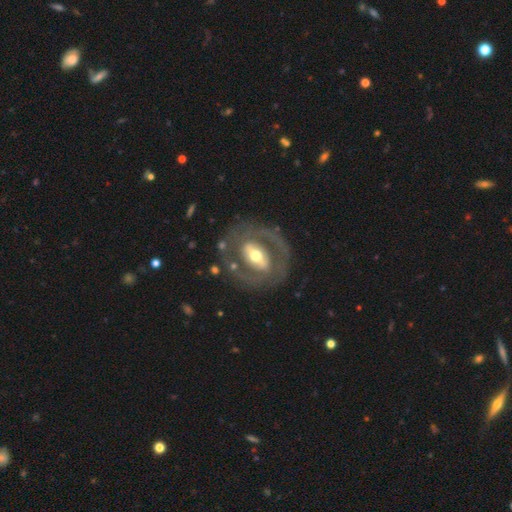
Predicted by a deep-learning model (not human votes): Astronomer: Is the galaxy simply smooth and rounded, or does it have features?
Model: featured or disk — 81%.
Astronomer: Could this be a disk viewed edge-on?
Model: no — 94%.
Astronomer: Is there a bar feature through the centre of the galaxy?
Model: strong — 54%.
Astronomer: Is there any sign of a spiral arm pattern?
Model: yes — 67%.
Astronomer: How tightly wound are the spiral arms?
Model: tight — 42%, tied with medium at 42%.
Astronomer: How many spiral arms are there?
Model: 2 — 82%.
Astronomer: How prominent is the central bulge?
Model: moderate — 66%.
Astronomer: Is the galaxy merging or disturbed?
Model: none — 76%.